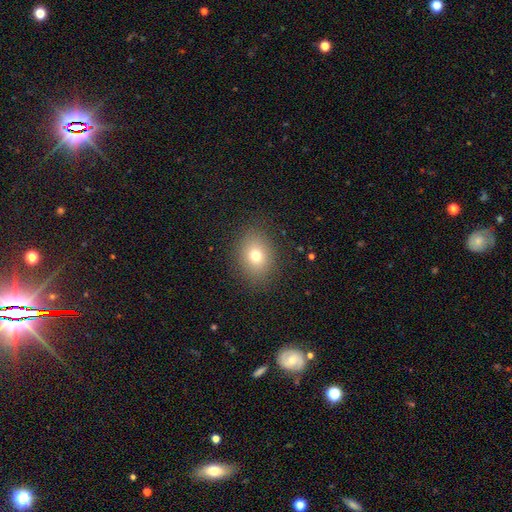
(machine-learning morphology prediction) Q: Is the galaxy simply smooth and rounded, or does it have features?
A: smooth — 74%.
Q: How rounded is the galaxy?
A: in between — 51%.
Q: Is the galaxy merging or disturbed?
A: none — 86%.